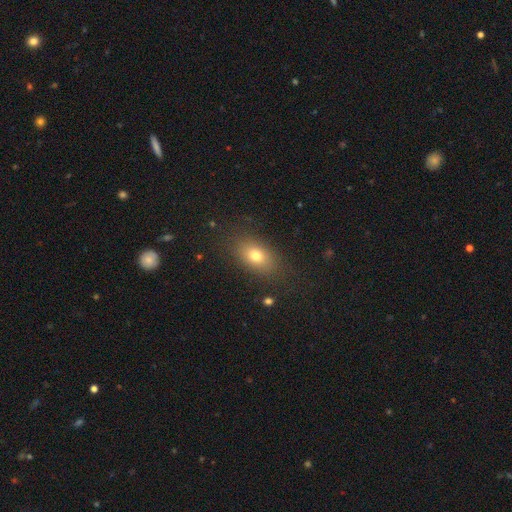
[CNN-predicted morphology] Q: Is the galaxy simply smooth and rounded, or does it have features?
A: smooth — 76%.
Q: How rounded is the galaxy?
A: in between — 82%.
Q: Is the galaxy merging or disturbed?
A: none — 82%.